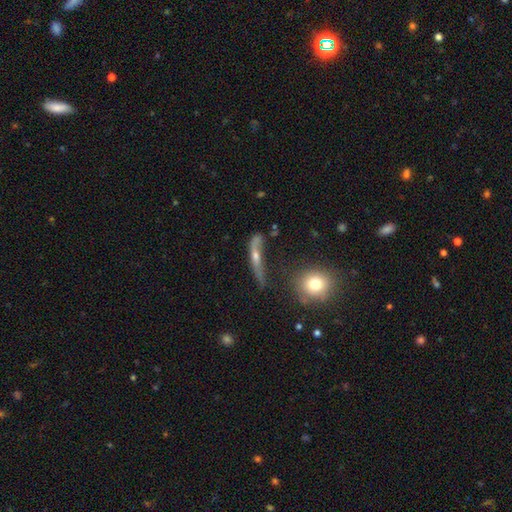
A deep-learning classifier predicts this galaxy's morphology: Overall: featured or disk (59%; smooth 30%). Edge-on disk: yes (74%). Merging: none (50%; minor disturbance 23%).